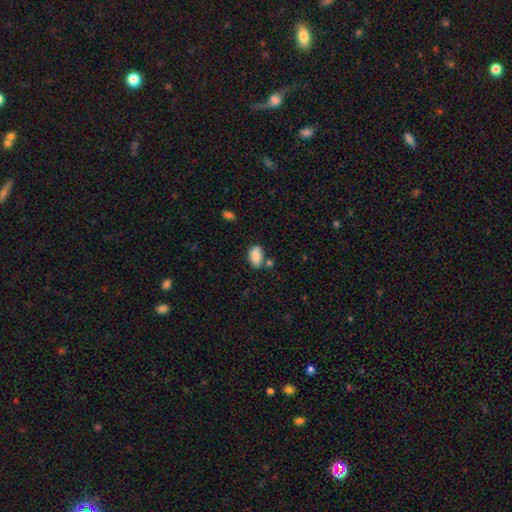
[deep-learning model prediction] Smooth or featured: smooth — 86% (star or artifact — 8%)
How rounded: in between — 91% (round — 7%)
Merging: none — 66% (minor disturbance — 18%)